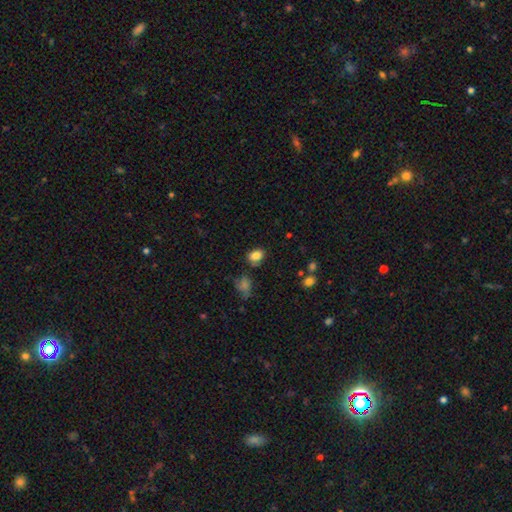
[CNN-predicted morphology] A smooth galaxy with no disk features (84%) that is in between round and cigar-shaped (75%).

Vote fractions:
- Smooth or featured? smooth: 84% / star or artifact: 10% / featured or disk: 6%
- How rounded? in between: 75% / round: 24% / cigar-shaped: 1%
- Merging? none: 74% / minor disturbance: 17% / merger: 6% / major disturbance: 4%